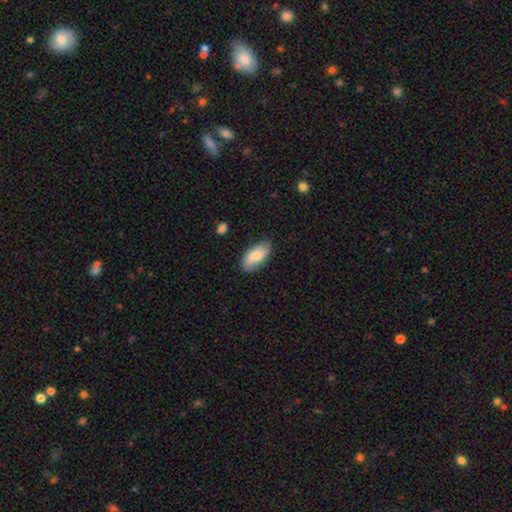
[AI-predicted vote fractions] smooth_or_featured: smooth (p=0.76) [alt: featured or disk p=0.18]
how_rounded: in between (p=0.93) [alt: cigar-shaped p=0.05]
merging: none (p=0.80) [alt: minor disturbance p=0.16]